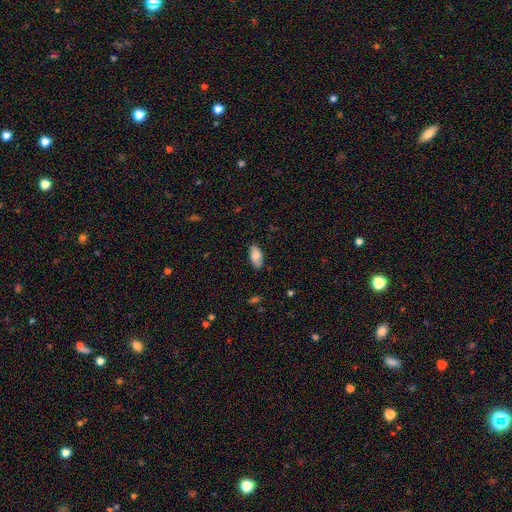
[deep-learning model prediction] A smooth galaxy with no disk features (75%) that is in between round and cigar-shaped (93%).

Vote fractions:
- Smooth or featured? smooth: 75% / featured or disk: 18% / star or artifact: 7%
- How rounded? in between: 93% / cigar-shaped: 4% / round: 3%
- Merging? none: 82% / minor disturbance: 15% / major disturbance: 3% / merger: 1%